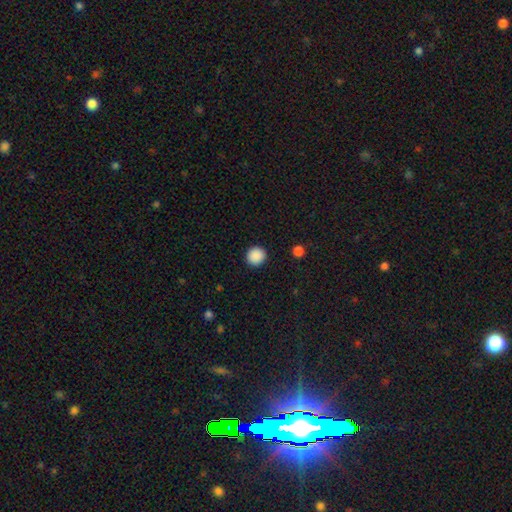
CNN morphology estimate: Q: Smooth or featured?
A: smooth (89%); runner-up: star or artifact (9%)
Q: How rounded?
A: round (92%); runner-up: in between (7%)
Q: Merging?
A: none (92%); runner-up: minor disturbance (5%)